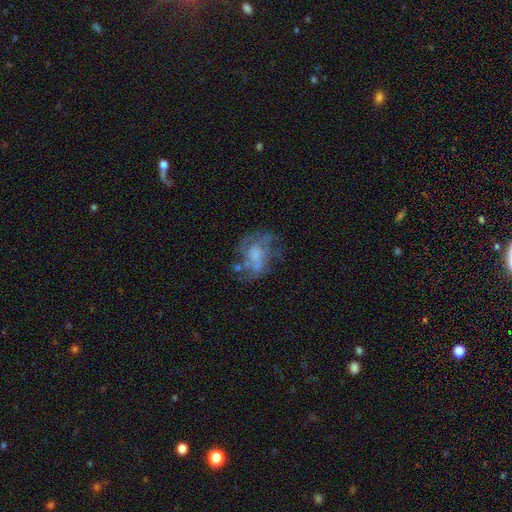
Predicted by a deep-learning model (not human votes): Smooth or featured?
  - featured or disk: 64% *
  - smooth: 25%
  - star or artifact: 12%
Edge-on disk?
  - no: 97% *
  - yes: 3%
Bar?
  - no: 70% *
  - weak: 25%
  - strong: 5%
Spiral arms?
  - yes: 55% *
  - no: 45%
Bulge size?
  - none: 43% *
  - moderate: 26%
  - small: 19%
  - large: 11%
  - dominant: 2%
Merging?
  - none: 45% *
  - major disturbance: 28%
  - minor disturbance: 21%
  - merger: 6%